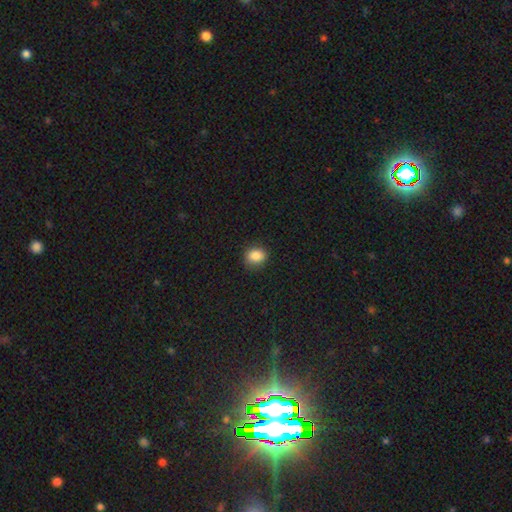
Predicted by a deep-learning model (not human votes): smooth-or-featured: smooth: 86% | star or artifact: 10% | featured or disk: 4%
  how-rounded: round: 58% | in between: 41% | cigar-shaped: 1%
  merging: none: 84% | minor disturbance: 12% | major disturbance: 3% | merger: 1%